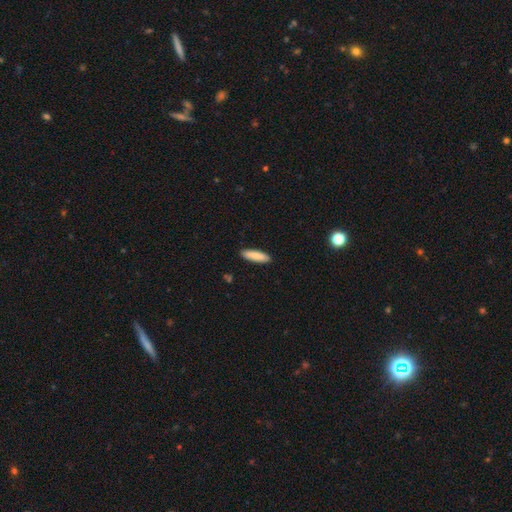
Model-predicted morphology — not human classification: Smooth or featured? Predicted: smooth (p=0.86). How rounded? Predicted: cigar-shaped (p=0.63). Merging? Predicted: none (p=0.90).